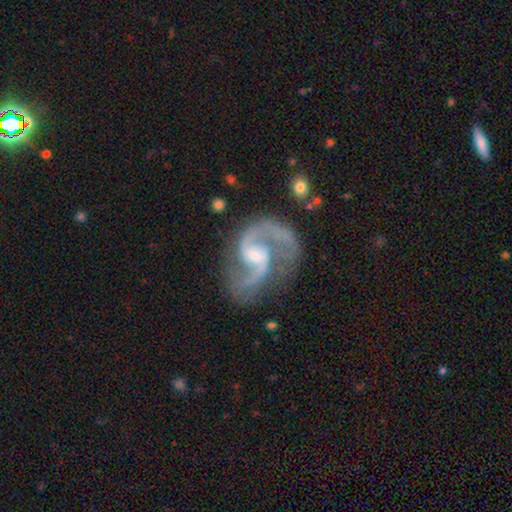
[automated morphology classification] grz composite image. It shows a featured or disk galaxy (93%) with a weak bar (52%), 2 (93%) medium (56%) spiral arms (98%) and a small central bulge (54%). Merging: none (68%).